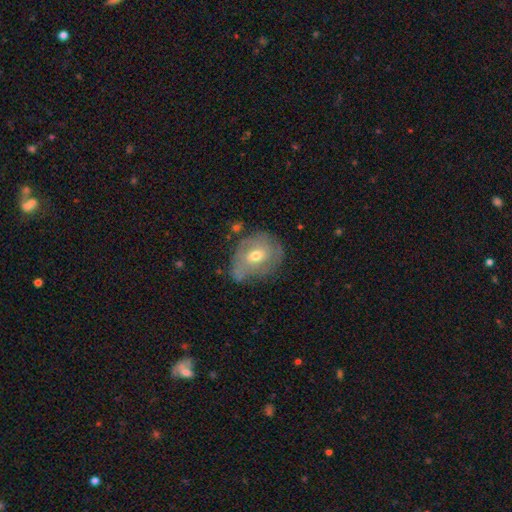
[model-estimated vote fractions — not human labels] Smooth or featured? smooth (47%)
Merging? none (51%)